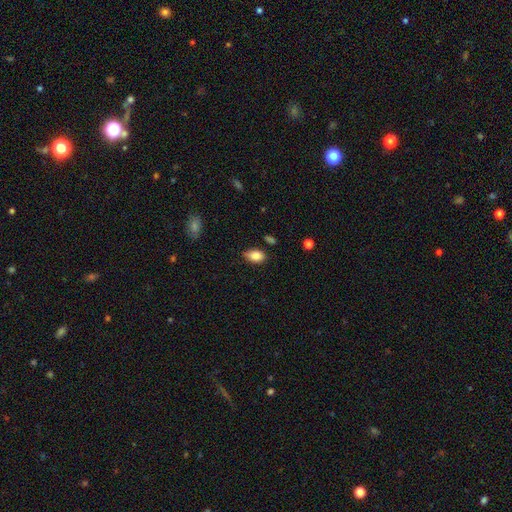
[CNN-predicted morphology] smooth_or_featured: smooth (p=0.86) [alt: star or artifact p=0.08]
how_rounded: in between (p=0.90) [alt: round p=0.08]
merging: none (p=0.74) [alt: minor disturbance p=0.21]